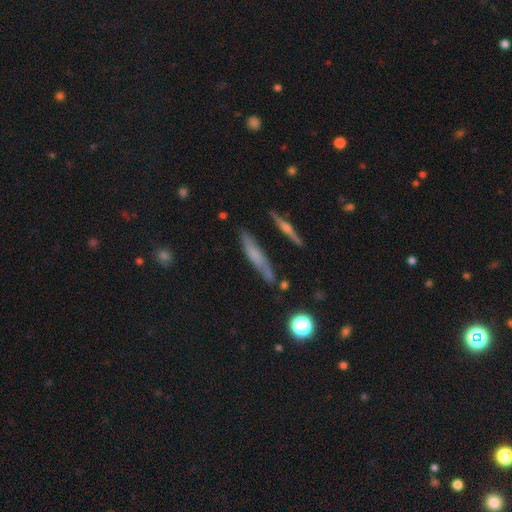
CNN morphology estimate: A smooth galaxy with no disk features (47%).

Vote fractions:
- Smooth or featured? smooth: 47% / featured or disk: 41% / star or artifact: 12%
- Merging? none: 71% / minor disturbance: 18% / merger: 6% / major disturbance: 5%